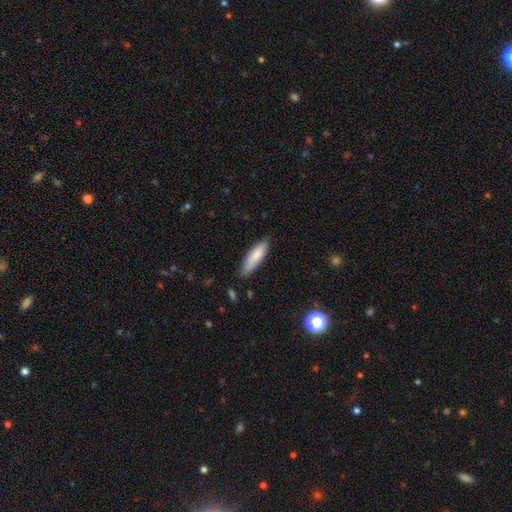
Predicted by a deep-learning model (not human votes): Overall: smooth (83%). How rounded: cigar-shaped (55%; in between 43%). Merging: none (79%).